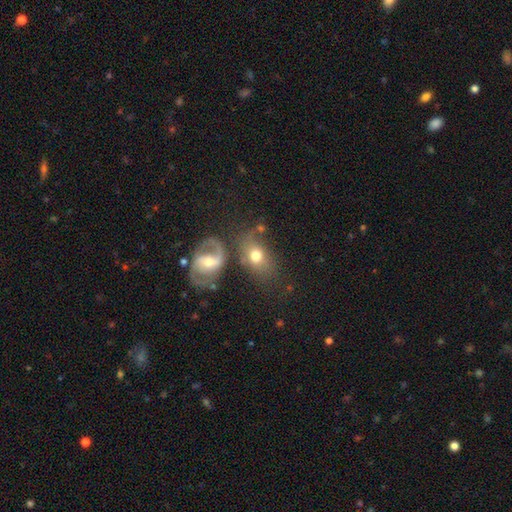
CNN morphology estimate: Smooth or featured? Predicted: smooth (p=0.57). How rounded? Predicted: in between (p=0.71). Merging? Predicted: none (p=0.46).